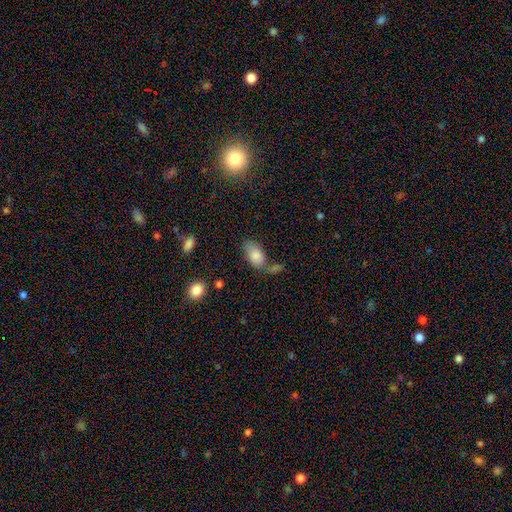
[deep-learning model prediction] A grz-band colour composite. It shows a smooth galaxy with no disk features (81%) that is in between round and cigar-shaped (92%). Merging: none (43%).